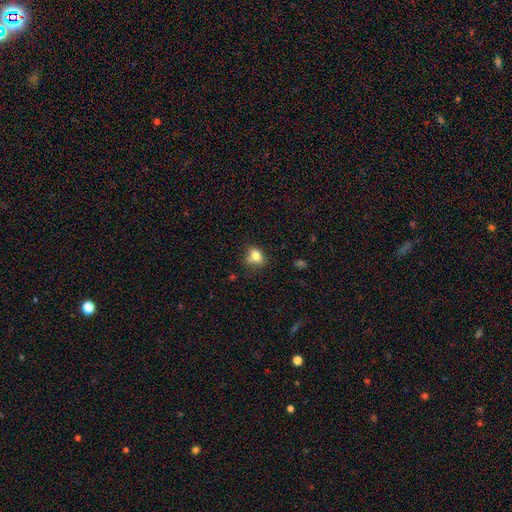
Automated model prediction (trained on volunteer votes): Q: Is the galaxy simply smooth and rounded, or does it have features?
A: smooth — 78%.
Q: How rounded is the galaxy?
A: in between — 57%.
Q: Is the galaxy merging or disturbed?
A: none — 55%.